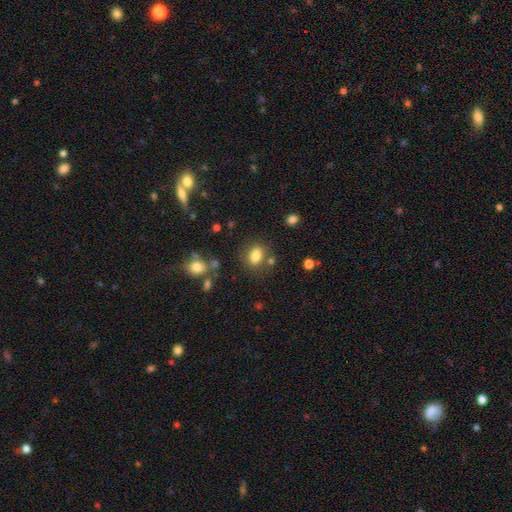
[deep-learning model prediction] Smooth or featured: smooth — 82% (star or artifact — 11%)
How rounded: in between — 63% (round — 36%)
Merging: none — 73% (minor disturbance — 13%)